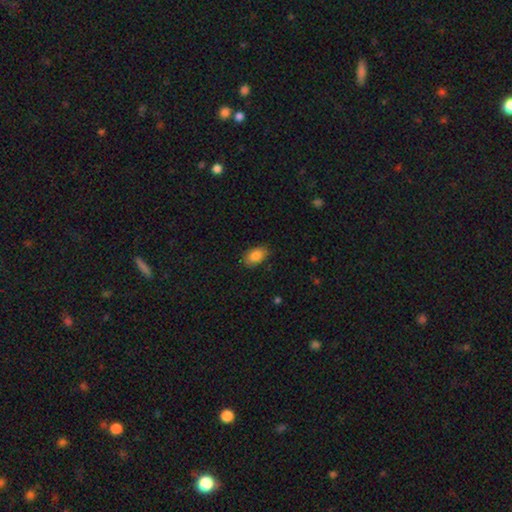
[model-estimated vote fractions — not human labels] smooth-or-featured: smooth: 85% | star or artifact: 8% | featured or disk: 7%
  how-rounded: in between: 90% | round: 8% | cigar-shaped: 2%
  merging: none: 84% | minor disturbance: 12% | major disturbance: 2% | merger: 1%